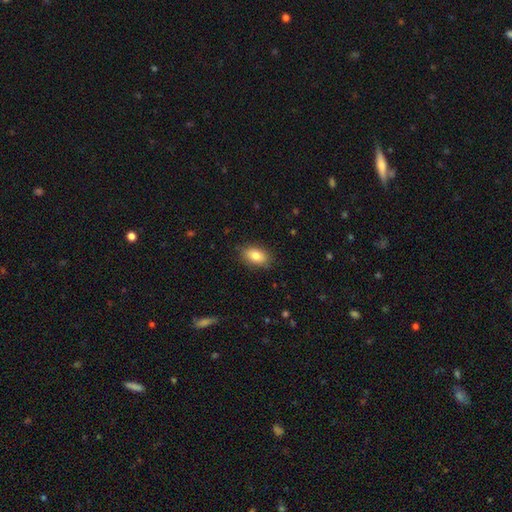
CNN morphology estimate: The model was most divided on "merging": none: 86%, minor disturbance: 11%, major disturbance: 3%, merger: 1%. More confident: how rounded — in between (90%); smooth or featured — smooth (84%).